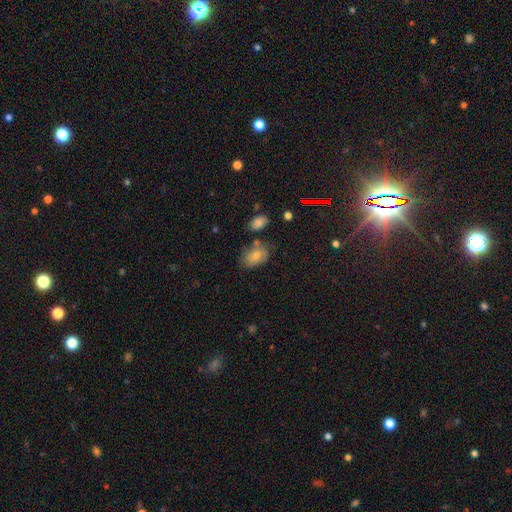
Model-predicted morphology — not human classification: A smooth galaxy with no disk features (78%) that is in between round and cigar-shaped (87%). Merging: none (65%).